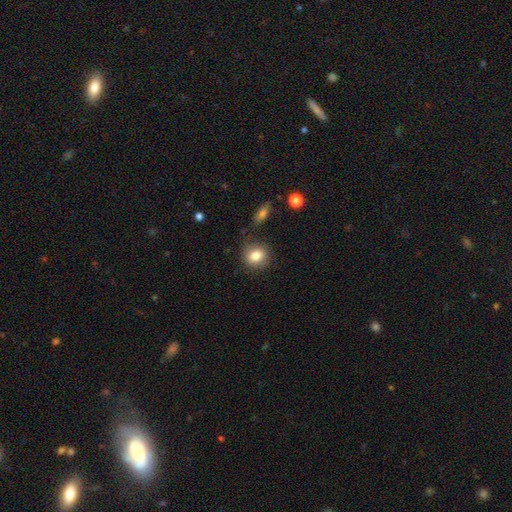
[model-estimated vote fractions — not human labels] smooth-or-featured: smooth: 83% | star or artifact: 9% | featured or disk: 8%
  how-rounded: round: 67% | in between: 32% | cigar-shaped: 1%
  merging: none: 81% | minor disturbance: 13% | major disturbance: 3% | merger: 3%